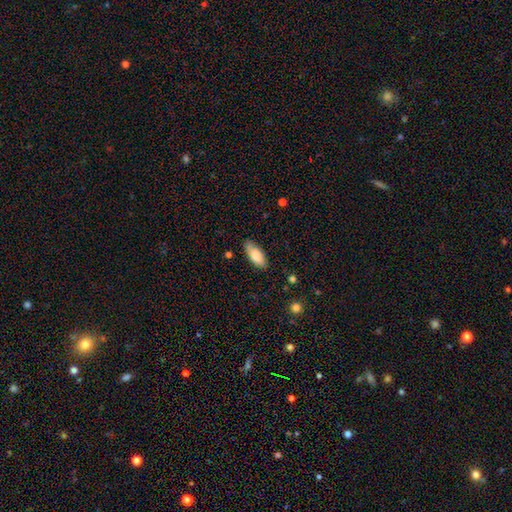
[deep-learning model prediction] This appears to be a smooth galaxy with no disk features (81%) that is in between round and cigar-shaped (80%). Merging: none (79%).